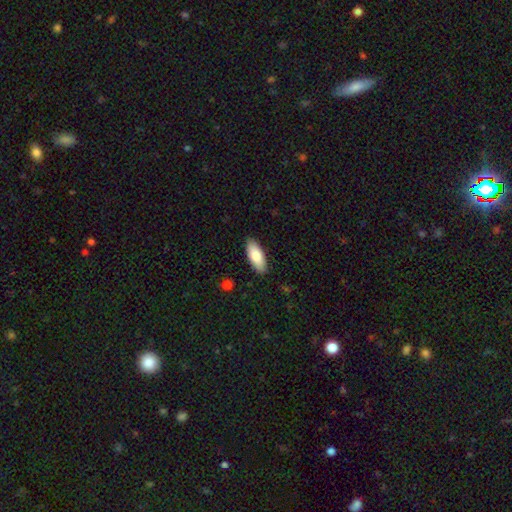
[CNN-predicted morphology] smooth_or_featured: smooth (p=0.83) [alt: featured or disk p=0.12]
how_rounded: in between (p=0.81) [alt: cigar-shaped p=0.17]
merging: none (p=0.88) [alt: minor disturbance p=0.09]